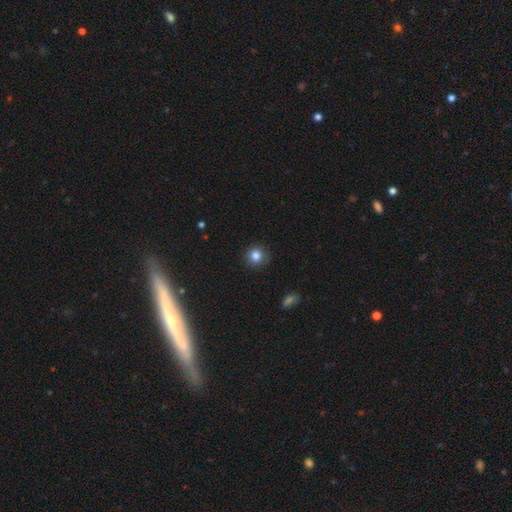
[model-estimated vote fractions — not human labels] A smooth galaxy with no disk features (84%) that is round (92%).

Vote fractions:
- Smooth or featured? smooth: 84% / star or artifact: 11% / featured or disk: 5%
- How rounded? round: 92% / in between: 7% / cigar-shaped: 1%
- Merging? none: 88% / minor disturbance: 9% / major disturbance: 2% / merger: 1%